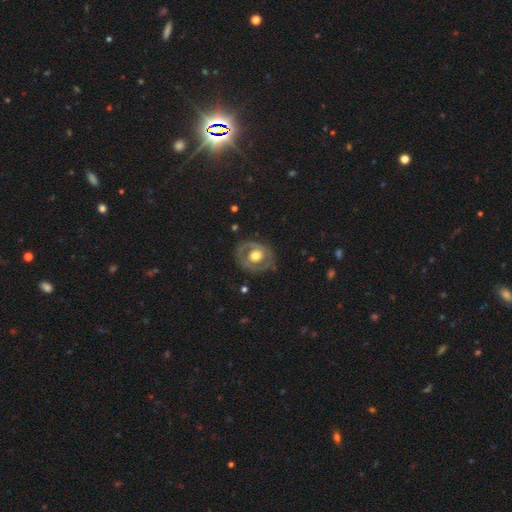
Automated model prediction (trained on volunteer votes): The model was most divided on "bulge size": moderate: 56%, large: 36%, small: 4%, dominant: 2%, none: 1%. More confident: edge-on disk — no (95%); bar — no (81%); merging — none (71%); spiral arms — no (65%); smooth or featured — featured or disk (61%).